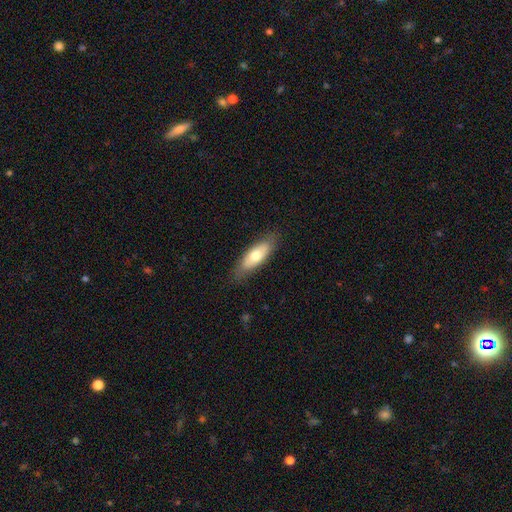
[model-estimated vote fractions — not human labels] smooth-or-featured: smooth: 66% | featured or disk: 28% | star or artifact: 6%
  how-rounded: in between: 68% | cigar-shaped: 30% | round: 2%
  merging: none: 80% | minor disturbance: 15% | major disturbance: 3% | merger: 1%